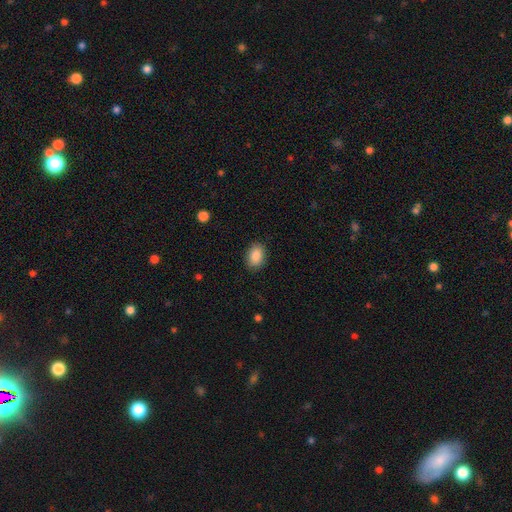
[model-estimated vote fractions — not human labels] Morphology: type=smooth (87%); roundness=in between (82%); merging=none (88%).